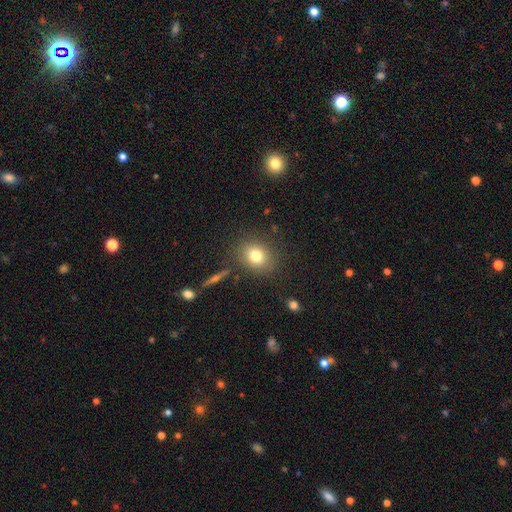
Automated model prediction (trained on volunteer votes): smooth 77%, star or artifact 11%, featured or disk 11%. Down the decision tree: how rounded — round (60%); merging — none (83%).